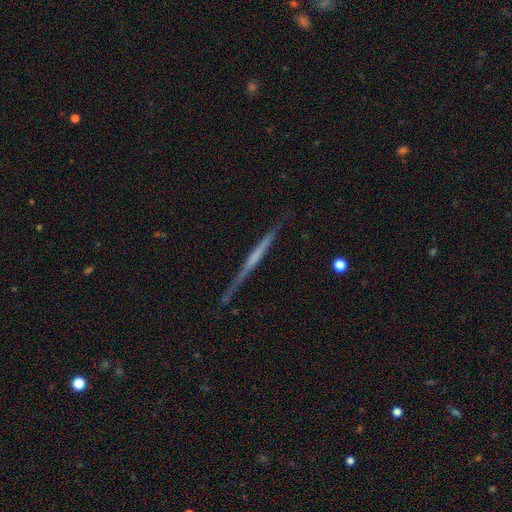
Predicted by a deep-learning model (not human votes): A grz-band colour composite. It shows a featured or disk galaxy (68%) viewed edge-on (97%) with no central bulge (77%). Merging: none (85%).